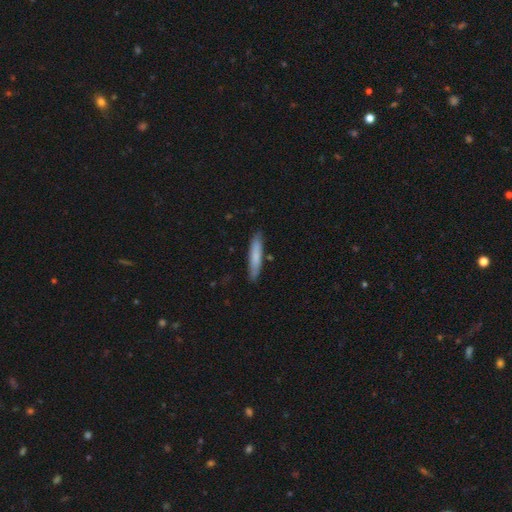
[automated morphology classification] Overall: smooth (76%). How rounded: cigar-shaped (90%). Merging: none (86%).